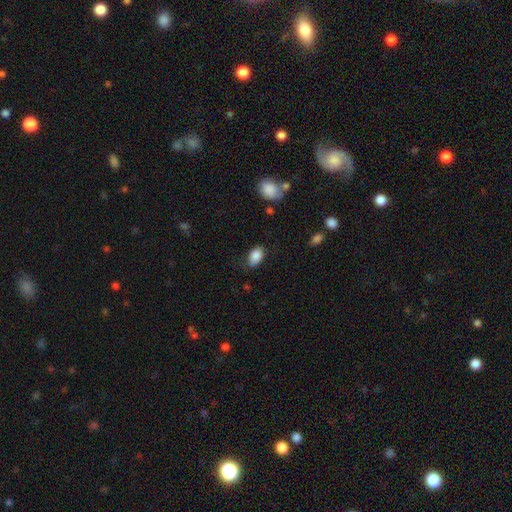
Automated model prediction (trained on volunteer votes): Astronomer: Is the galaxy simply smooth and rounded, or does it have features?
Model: smooth — 86%.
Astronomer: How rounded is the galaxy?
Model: in between — 85%.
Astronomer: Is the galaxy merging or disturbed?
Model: none — 70%.